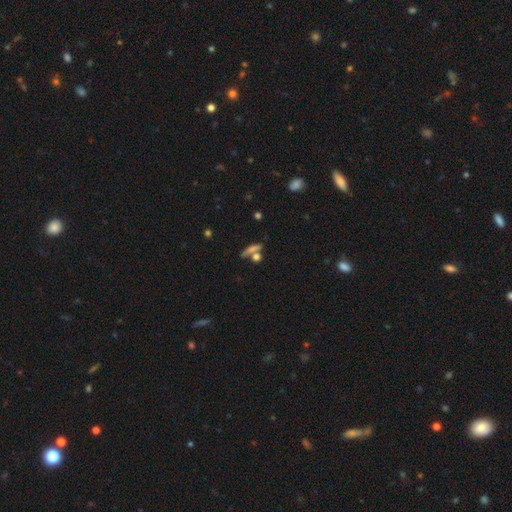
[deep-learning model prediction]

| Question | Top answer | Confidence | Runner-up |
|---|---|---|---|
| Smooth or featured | smooth | 63% | featured or disk (23%) |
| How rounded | cigar-shaped | 47% | in between (27%) |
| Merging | none | 55% | merger (30%) |